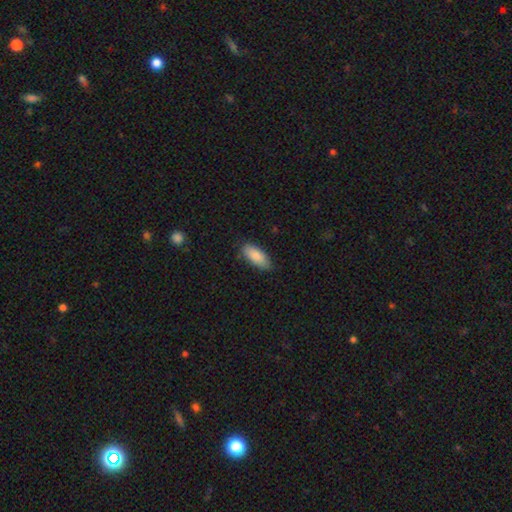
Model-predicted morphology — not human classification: Smooth or featured? smooth (87%)
How rounded? in between (81%)
Merging? none (80%)